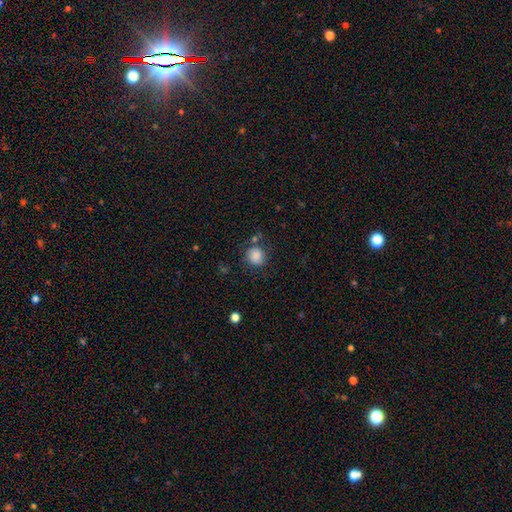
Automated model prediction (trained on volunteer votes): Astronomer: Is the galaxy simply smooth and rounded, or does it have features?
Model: smooth — 83%.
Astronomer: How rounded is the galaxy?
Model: round — 82%.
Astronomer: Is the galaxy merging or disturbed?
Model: none — 69%.